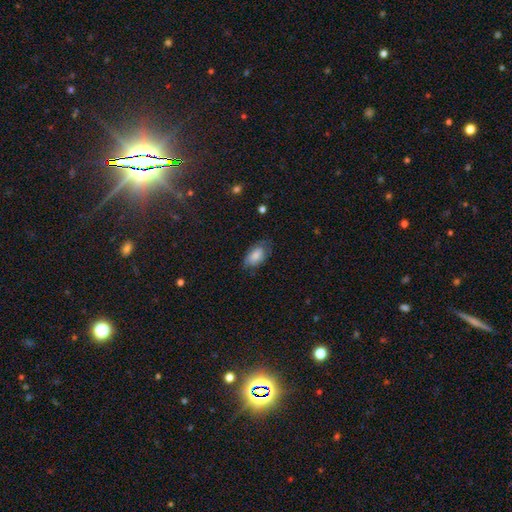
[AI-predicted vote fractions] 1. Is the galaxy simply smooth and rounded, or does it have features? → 73% smooth, 19% featured or disk, 8% star or artifact.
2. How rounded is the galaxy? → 92% in between, 5% round, 2% cigar-shaped.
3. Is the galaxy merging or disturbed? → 61% none, 28% minor disturbance, 10% major disturbance, 1% merger.